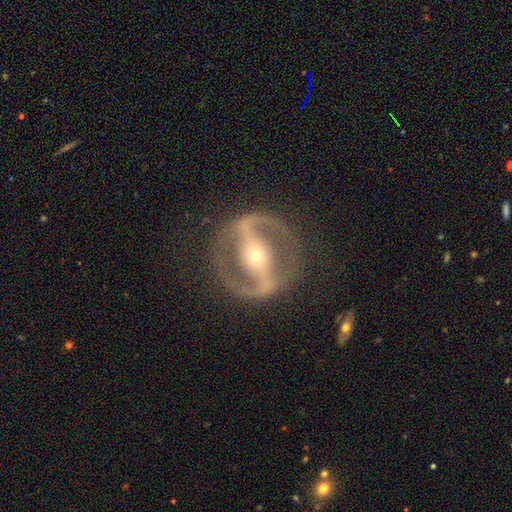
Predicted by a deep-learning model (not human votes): Morphology: type=featured or disk (87%); edge-on=no (94%); bar=strong (61%); spiral arms=yes (76%); winding=medium (50%); arm count=2 (90%); bulge=small (68%); merging=none (80%).